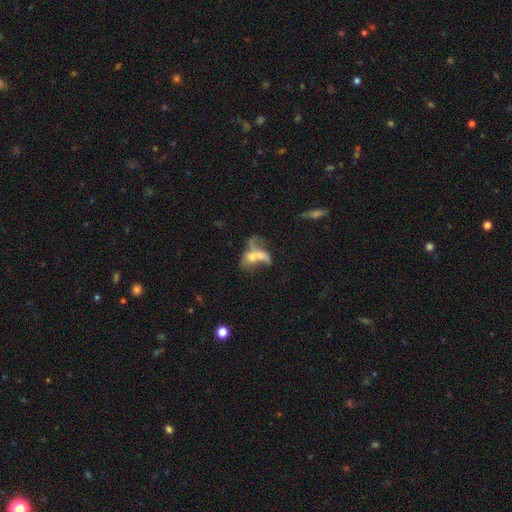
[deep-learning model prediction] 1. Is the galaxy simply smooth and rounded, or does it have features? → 44% smooth, 43% featured or disk, 13% star or artifact.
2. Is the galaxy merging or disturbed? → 63% merger, 17% major disturbance, 13% none, 7% minor disturbance.